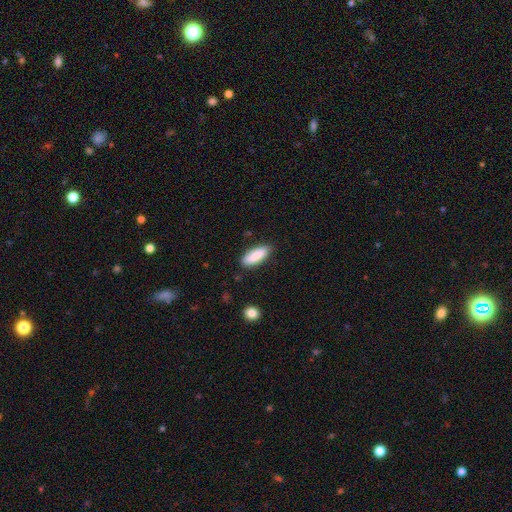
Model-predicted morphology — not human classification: smooth-or-featured: smooth: 87% | featured or disk: 7% | star or artifact: 6%
  how-rounded: in between: 61% | cigar-shaped: 37% | round: 2%
  merging: none: 84% | minor disturbance: 12% | major disturbance: 2% | merger: 2%